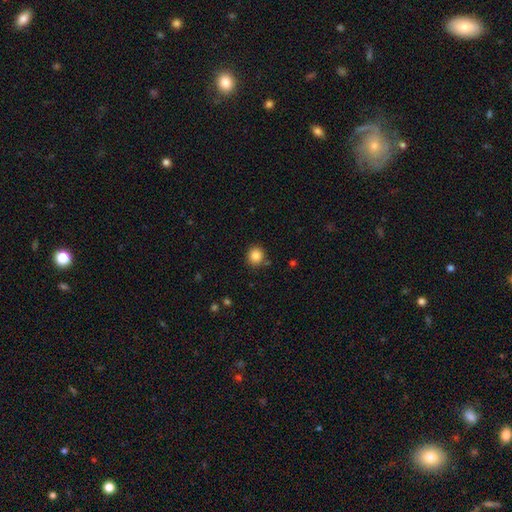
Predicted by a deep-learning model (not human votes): This is clearly a smooth galaxy (86%). How rounded: clearly round (90%). Merging: clearly none (85%).